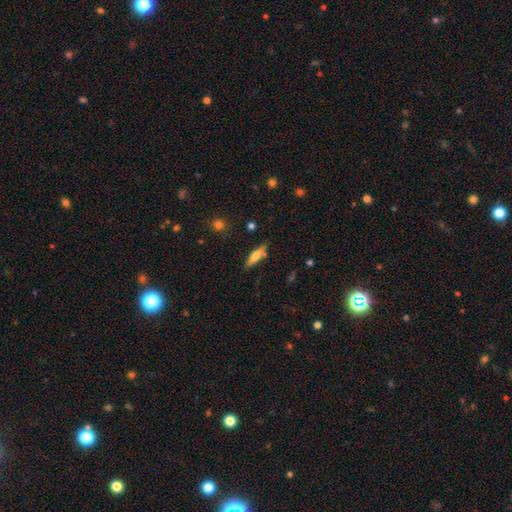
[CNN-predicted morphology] smooth-or-featured: smooth: 56% | featured or disk: 37% | star or artifact: 7%
  how-rounded: cigar-shaped: 63% | in between: 34% | round: 2%
  merging: none: 79% | minor disturbance: 13% | merger: 5% | major disturbance: 3%